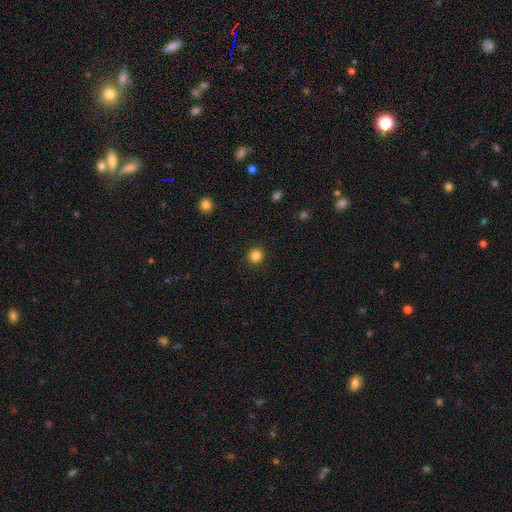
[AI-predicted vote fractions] Morphology: type=smooth (84%); roundness=round (91%); merging=none (92%).